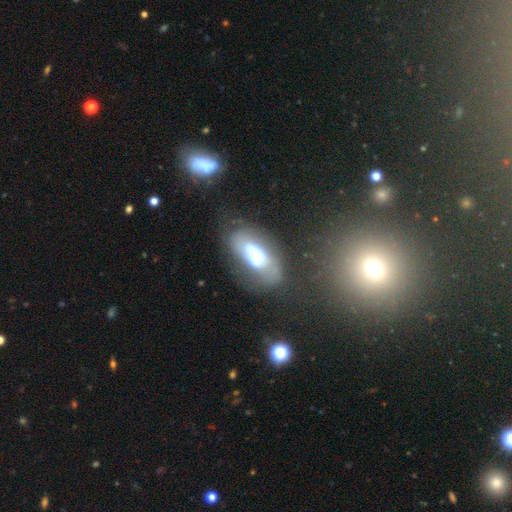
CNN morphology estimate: A featured or disk galaxy (46%).

Vote fractions:
- Smooth or featured? featured or disk: 46% / smooth: 44% / star or artifact: 10%
- Merging? none: 45% / minor disturbance: 25% / major disturbance: 24% / merger: 6%